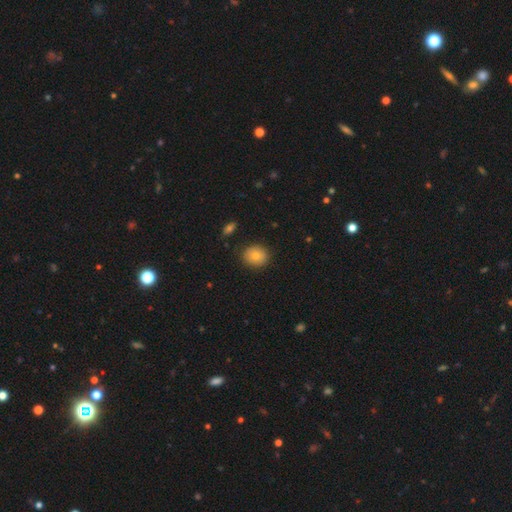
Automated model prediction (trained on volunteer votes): This appears to be a smooth galaxy with no disk features (77%) that is round (75%). Merging: none (86%).